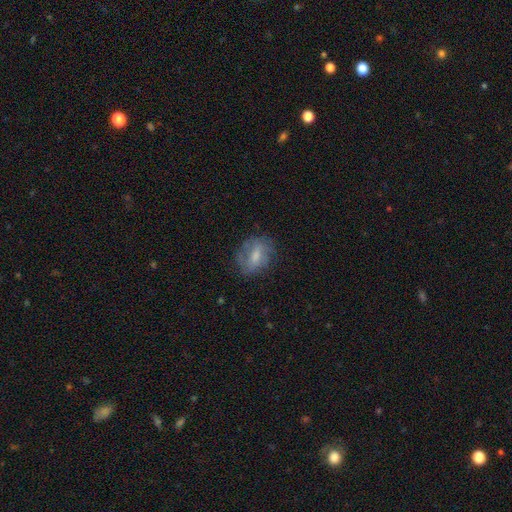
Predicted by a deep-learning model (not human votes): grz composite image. It shows a smooth galaxy with no disk features (48%). Merging: none (66%).